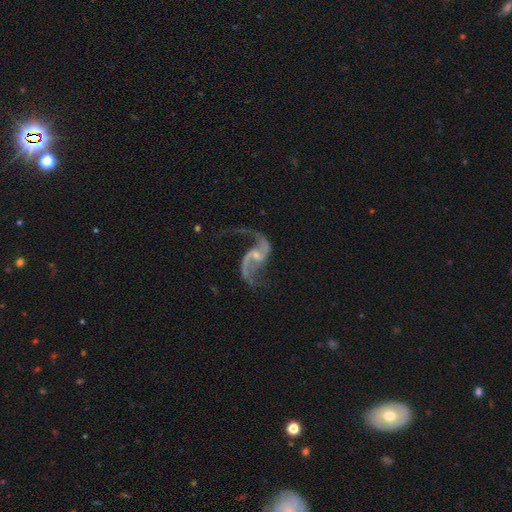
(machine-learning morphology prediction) Smooth or featured?
  - featured or disk: 93% *
  - star or artifact: 4%
  - smooth: 3%
Edge-on disk?
  - no: 98% *
  - yes: 2%
Bar?
  - weak: 43% *
  - no: 42%
  - strong: 15%
Spiral arms?
  - yes: 98% *
  - no: 2%
Spiral winding?
  - loose: 79% *
  - medium: 17%
  - tight: 4%
Spiral arm count?
  - 2: 94% *
  - 1: 2%
  - can't tell: 1%
  - 3: 1%
  - 4: 1%
  - more than 4: 1%
Bulge size?
  - small: 64% *
  - moderate: 22%
  - none: 12%
  - large: 2%
  - dominant: 1%
Merging?
  - none: 67% *
  - minor disturbance: 16%
  - major disturbance: 14%
  - merger: 3%